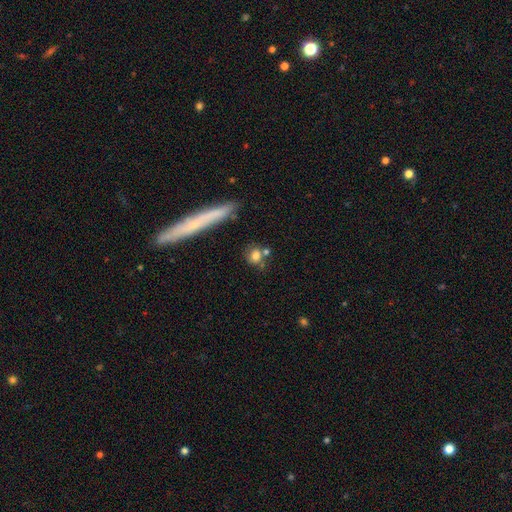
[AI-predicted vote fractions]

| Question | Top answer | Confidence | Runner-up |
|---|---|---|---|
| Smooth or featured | smooth | 76% | featured or disk (13%) |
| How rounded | round | 73% | in between (21%) |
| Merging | none | 61% | merger (20%) |